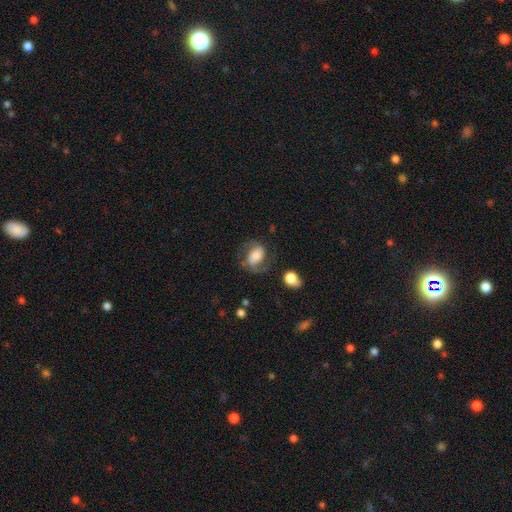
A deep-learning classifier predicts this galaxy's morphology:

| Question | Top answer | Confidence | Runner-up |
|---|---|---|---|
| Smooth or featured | featured or disk | 55% | smooth (37%) |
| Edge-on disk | no | 97% | yes (3%) |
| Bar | no | 41% | weak (37%) |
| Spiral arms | yes | 87% | no (13%) |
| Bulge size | moderate | 40% | large (26%) |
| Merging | none | 58% | minor disturbance (21%) |